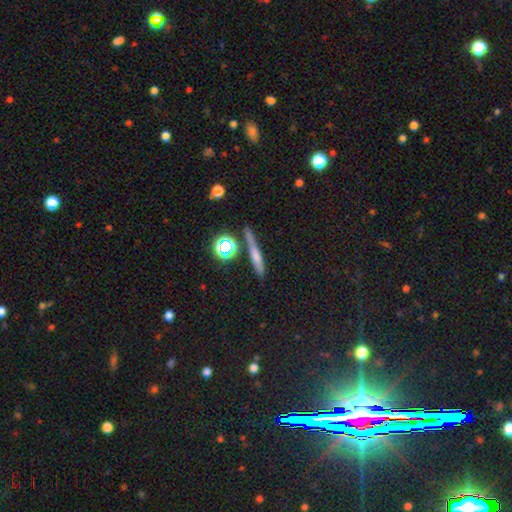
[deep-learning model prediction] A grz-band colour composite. It shows a smooth galaxy with no disk features (43%). Merging: none (80%).